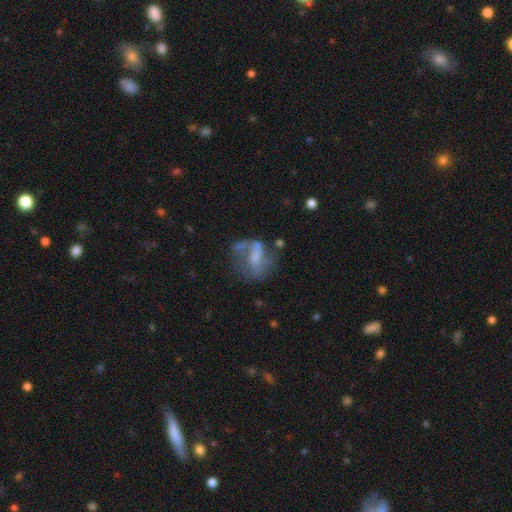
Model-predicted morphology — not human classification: Q: Smooth or featured?
A: featured or disk (59%); runner-up: smooth (30%)
Q: Edge-on disk?
A: no (97%); runner-up: yes (3%)
Q: Bar?
A: no (47%); runner-up: weak (36%)
Q: Spiral arms?
A: yes (57%); runner-up: no (43%)
Q: Bulge size?
A: none (48%); runner-up: small (23%)
Q: Merging?
A: major disturbance (39%); runner-up: none (33%)